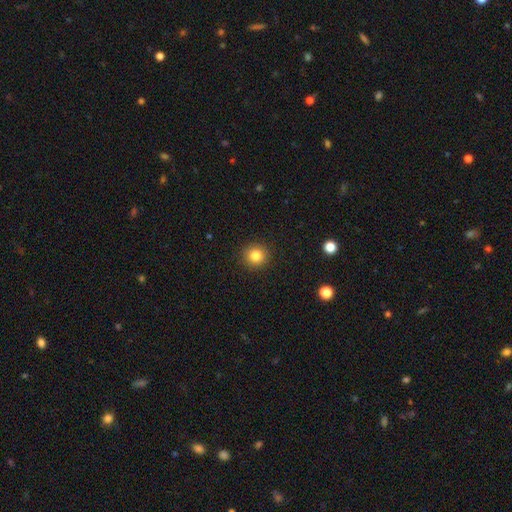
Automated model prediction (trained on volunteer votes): smooth 83%, star or artifact 11%, featured or disk 6%. Down the decision tree: how rounded — round (93%); merging — none (92%).